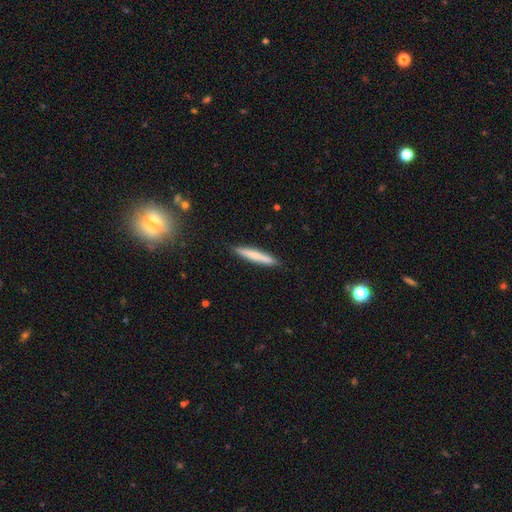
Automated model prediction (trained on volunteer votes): The model was most divided on "smooth or featured": smooth: 73%, featured or disk: 21%, star or artifact: 6%. More confident: how rounded — cigar-shaped (95%); merging — none (90%).